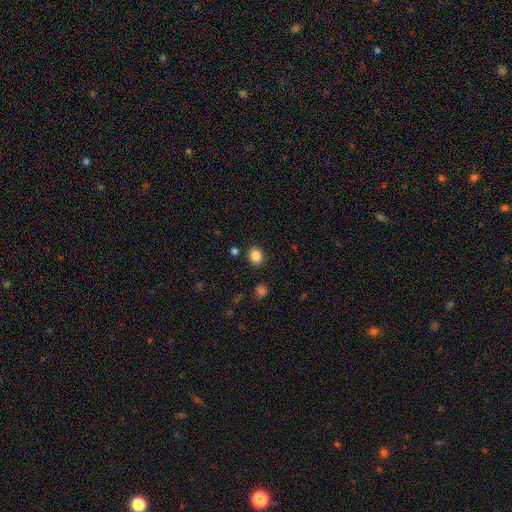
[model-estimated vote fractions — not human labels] Smooth or featured? Predicted: smooth (p=0.85). How rounded? Predicted: round (p=0.65). Merging? Predicted: none (p=0.87).